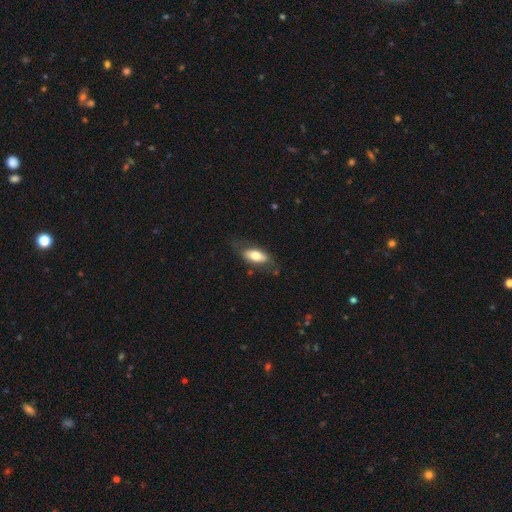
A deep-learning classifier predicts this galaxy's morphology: This appears to be a smooth galaxy with no disk features (69%) that is in between round and cigar-shaped (84%). Merging: none (68%).